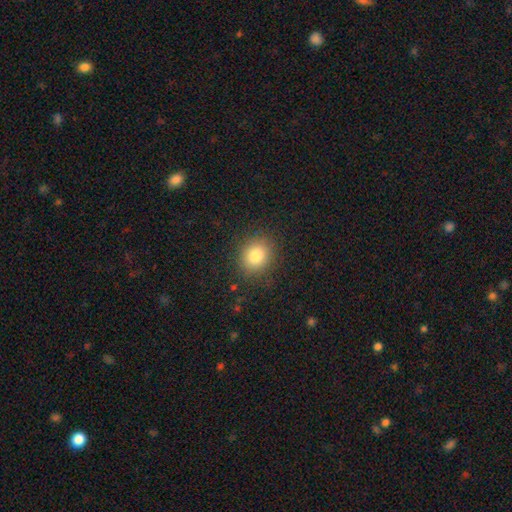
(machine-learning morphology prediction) A smooth galaxy with no disk features (82%) that is round (64%). Merging: none (86%).